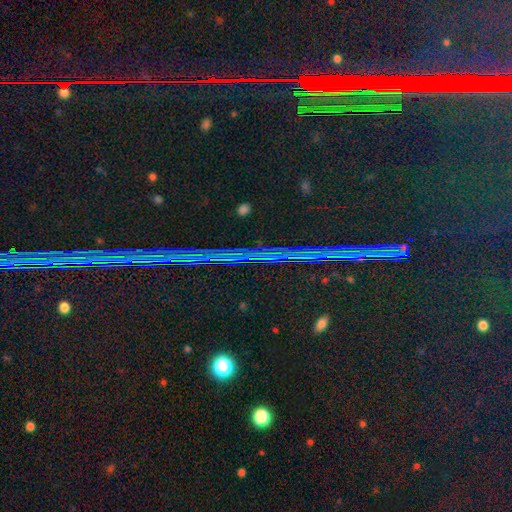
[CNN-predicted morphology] This is clearly a star or artifact rather than a galaxy (87%).